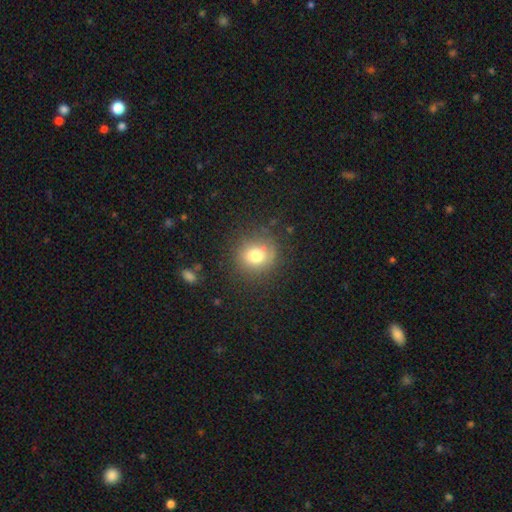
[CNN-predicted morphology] Smooth or featured?
  - smooth: 75% *
  - star or artifact: 14%
  - featured or disk: 11%
How rounded?
  - round: 86% *
  - in between: 13%
  - cigar-shaped: 1%
Merging?
  - none: 79% *
  - minor disturbance: 13%
  - major disturbance: 6%
  - merger: 2%